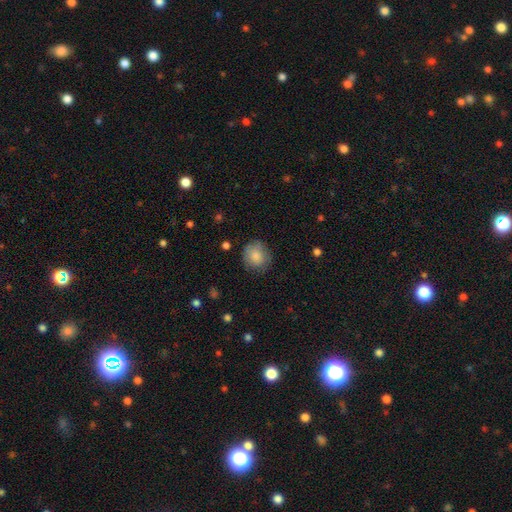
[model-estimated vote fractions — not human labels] Overall: smooth (83%). How rounded: round (83%). Merging: none (78%).